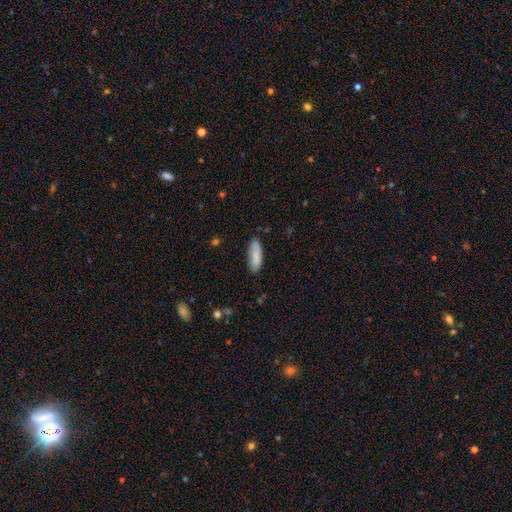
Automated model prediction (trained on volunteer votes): Smooth or featured?
  - smooth: 83% *
  - featured or disk: 11%
  - star or artifact: 6%
How rounded?
  - in between: 59% *
  - cigar-shaped: 40%
  - round: 2%
Merging?
  - none: 79% *
  - minor disturbance: 15%
  - major disturbance: 3%
  - merger: 2%